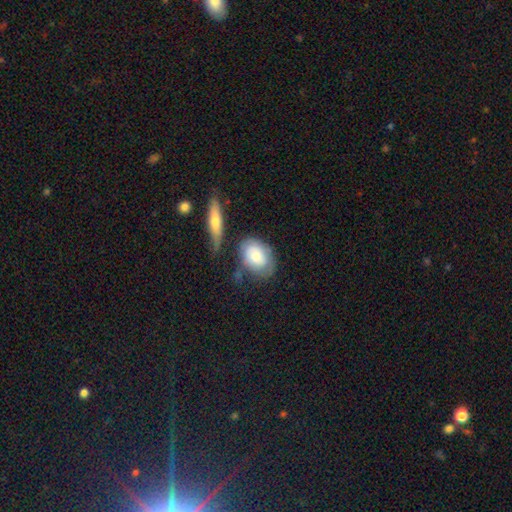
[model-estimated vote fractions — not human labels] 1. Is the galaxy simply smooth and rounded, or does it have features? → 73% smooth, 21% featured or disk, 6% star or artifact.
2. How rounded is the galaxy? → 80% in between, 18% round, 2% cigar-shaped.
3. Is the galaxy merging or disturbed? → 52% none, 26% minor disturbance, 12% merger, 11% major disturbance.